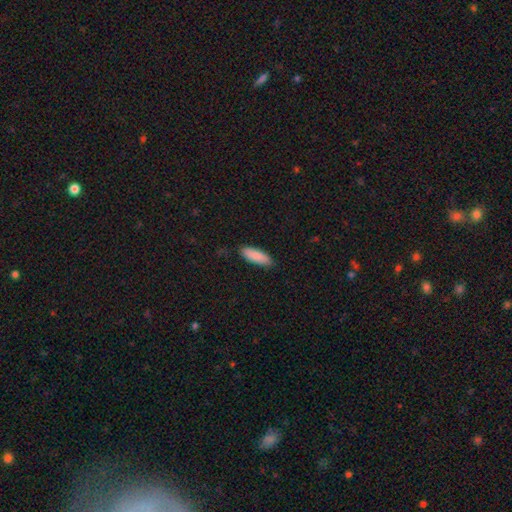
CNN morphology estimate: type=smooth (90%); roundness=in between (62%); merging=none (87%).